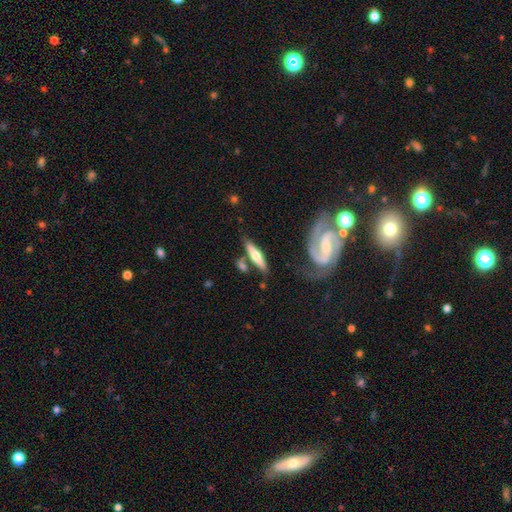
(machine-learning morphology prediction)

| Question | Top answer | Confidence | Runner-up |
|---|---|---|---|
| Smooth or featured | featured or disk | 49% | smooth (45%) |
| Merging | none | 67% | minor disturbance (14%) |